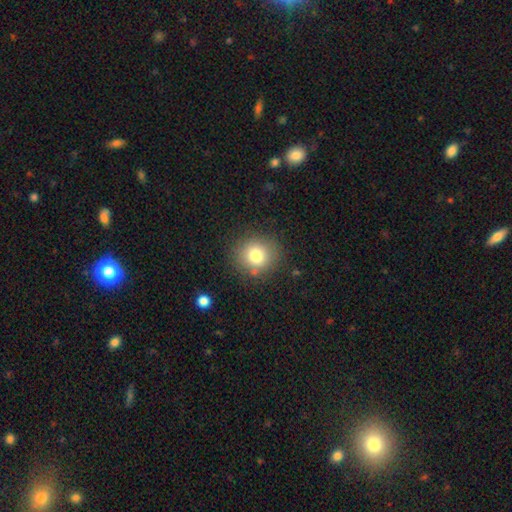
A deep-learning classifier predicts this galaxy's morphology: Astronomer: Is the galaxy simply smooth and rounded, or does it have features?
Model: smooth — 77%.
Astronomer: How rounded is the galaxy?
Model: round — 89%.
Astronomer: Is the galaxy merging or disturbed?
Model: none — 83%.